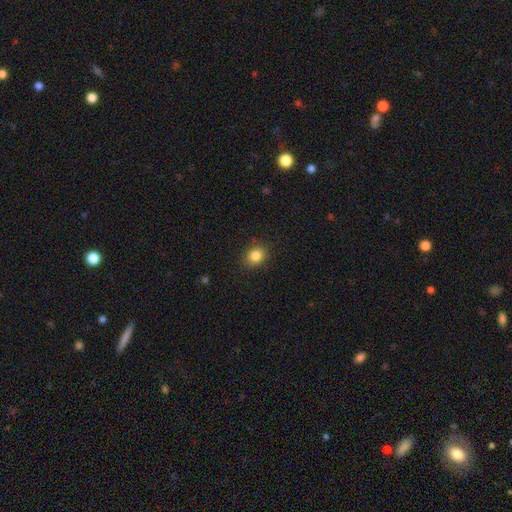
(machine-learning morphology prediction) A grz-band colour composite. It shows a smooth galaxy with no disk features (84%) that is round (57%). Merging: none (87%).